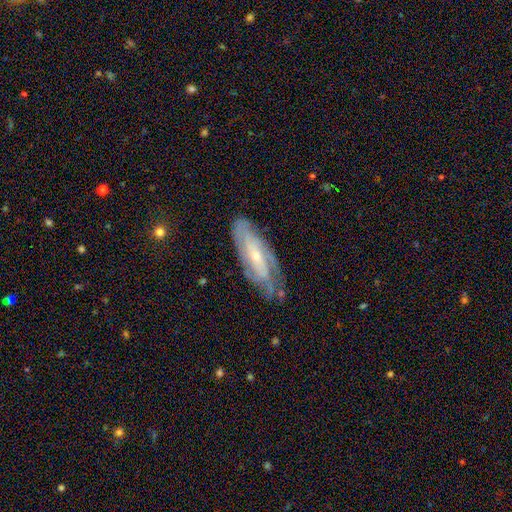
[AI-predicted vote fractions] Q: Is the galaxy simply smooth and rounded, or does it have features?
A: featured or disk — 78%.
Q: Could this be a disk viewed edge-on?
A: no — 85%.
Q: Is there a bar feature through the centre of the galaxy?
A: no — 53%.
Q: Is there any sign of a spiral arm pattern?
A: yes — 92%.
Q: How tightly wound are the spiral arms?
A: tight — 61%.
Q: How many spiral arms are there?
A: can't tell — 41%.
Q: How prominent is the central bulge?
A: small — 69%.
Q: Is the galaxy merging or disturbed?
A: none — 72%.